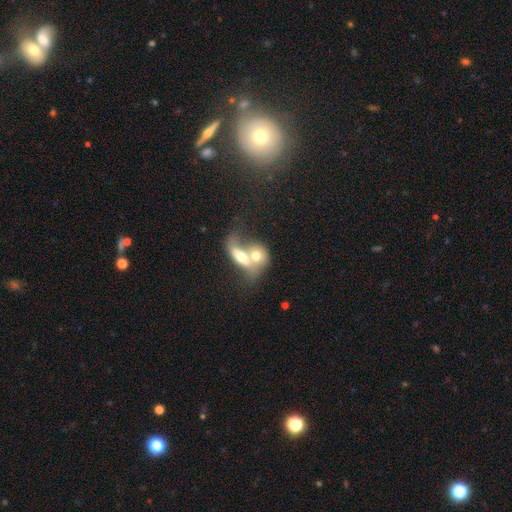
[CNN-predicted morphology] This appears to be a smooth galaxy with no disk features (60%) that is in between round and cigar-shaped (66%). Merging: merger (80%).